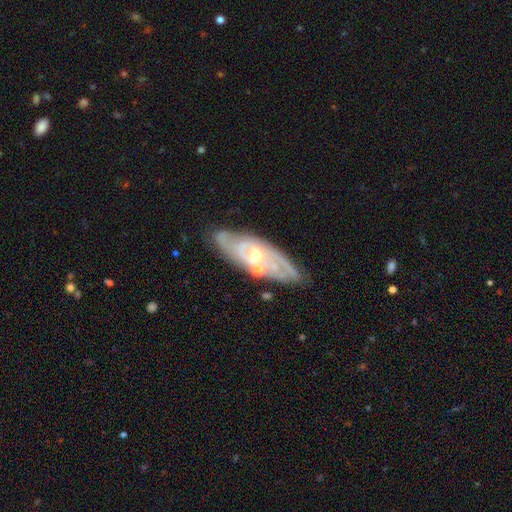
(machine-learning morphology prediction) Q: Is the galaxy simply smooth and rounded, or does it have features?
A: featured or disk — 79%.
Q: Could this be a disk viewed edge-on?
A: no — 85%.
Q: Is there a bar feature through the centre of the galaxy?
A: no — 47%.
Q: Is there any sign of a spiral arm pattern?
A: yes — 86%.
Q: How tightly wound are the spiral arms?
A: tight — 55%.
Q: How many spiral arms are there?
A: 2 — 43%.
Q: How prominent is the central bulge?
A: small — 48%.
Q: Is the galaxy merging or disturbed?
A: none — 71%.